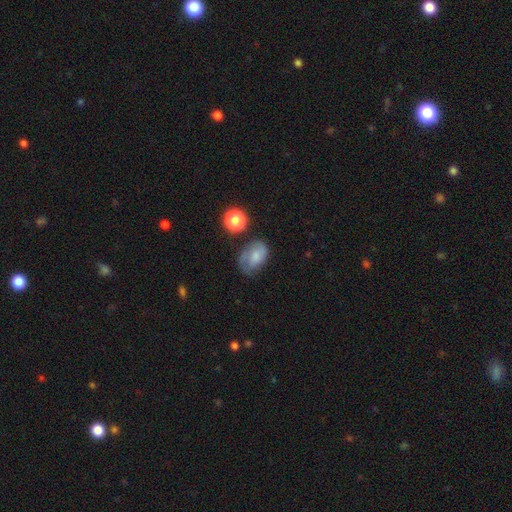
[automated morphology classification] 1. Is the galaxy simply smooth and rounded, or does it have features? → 51% smooth, 38% featured or disk, 11% star or artifact.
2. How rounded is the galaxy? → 77% in between, 22% round, 1% cigar-shaped.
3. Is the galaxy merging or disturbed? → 49% none, 30% minor disturbance, 16% major disturbance, 5% merger.